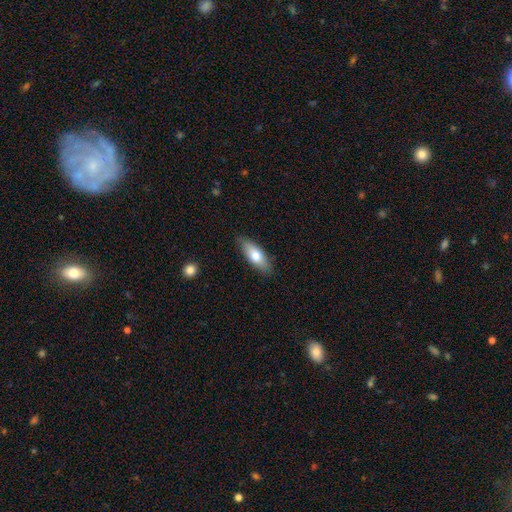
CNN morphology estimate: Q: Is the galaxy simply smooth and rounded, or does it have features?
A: smooth — 70%.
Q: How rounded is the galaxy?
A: in between — 68%.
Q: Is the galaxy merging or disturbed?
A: none — 85%.